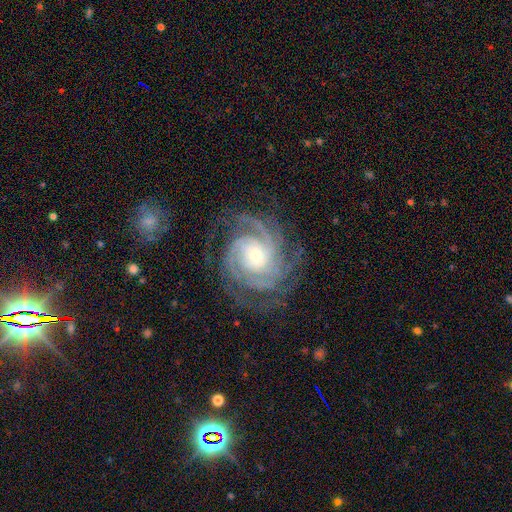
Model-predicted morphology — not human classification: Smooth or featured? Predicted: featured or disk (p=0.91). Edge-on disk? Predicted: no (p=0.98). Bar? Predicted: no (p=0.70). Spiral arms? Predicted: yes (p=0.98). Spiral winding? Predicted: tight (p=0.69). Spiral arm count? Predicted: 3 (p=0.30). Bulge size? Predicted: small (p=0.53). Merging? Predicted: none (p=0.74).